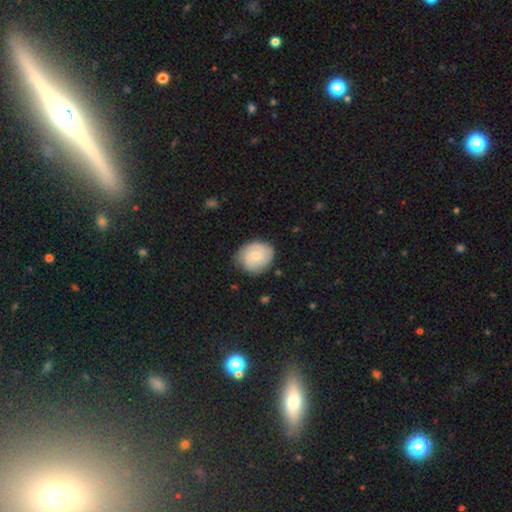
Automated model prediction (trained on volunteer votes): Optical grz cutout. It shows a smooth galaxy with no disk features (50%) that is round (69%). Merging: none (76%).